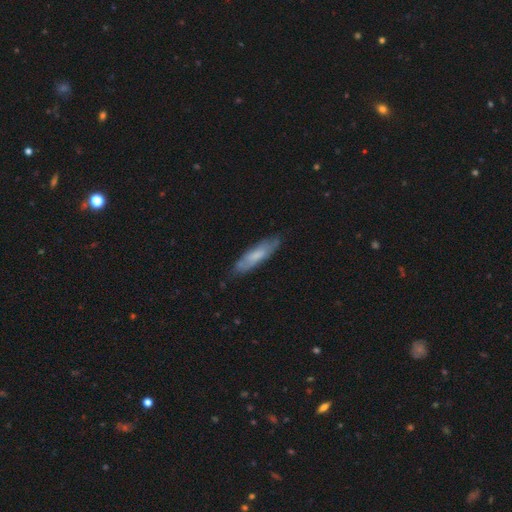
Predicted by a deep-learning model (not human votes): Smooth or featured? Predicted: smooth (p=0.61). How rounded? Predicted: cigar-shaped (p=0.71). Merging? Predicted: none (p=0.77).